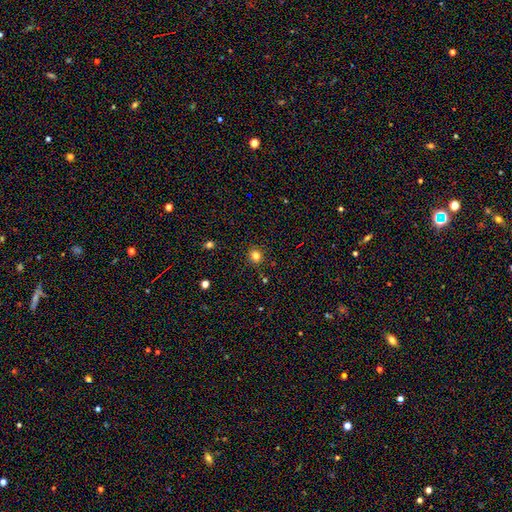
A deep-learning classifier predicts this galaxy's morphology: This appears to be a smooth galaxy with no disk features (81%) that is round (85%). Merging: none (89%).